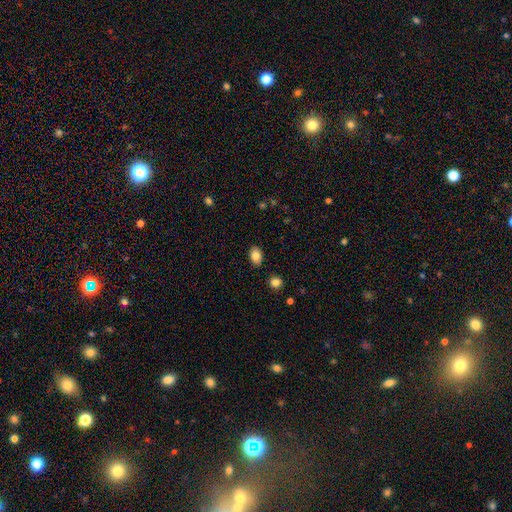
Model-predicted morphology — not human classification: smooth_or_featured: smooth (p=0.84) [alt: star or artifact p=0.08]
how_rounded: in between (p=0.84) [alt: round p=0.15]
merging: none (p=0.86) [alt: minor disturbance p=0.10]